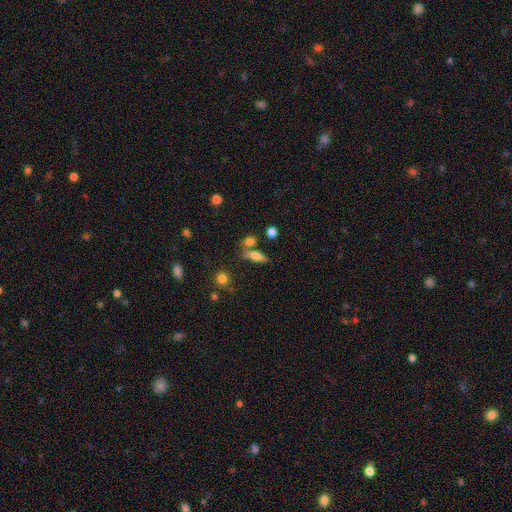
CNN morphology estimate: This is possibly a smooth galaxy (59%). How rounded: possibly in between (48%). Merging: likely none (63%).